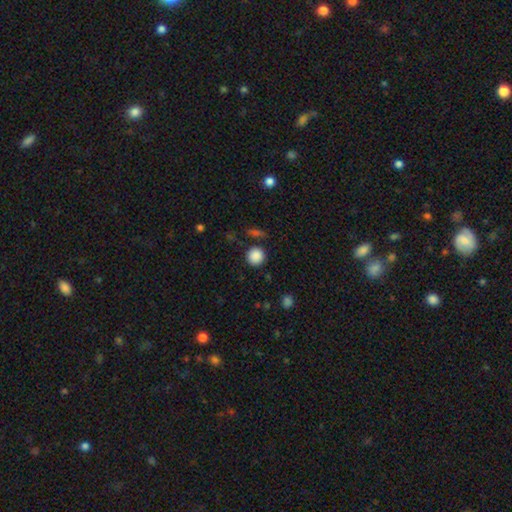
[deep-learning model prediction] Overall: smooth (87%). How rounded: round (93%). Merging: none (87%).